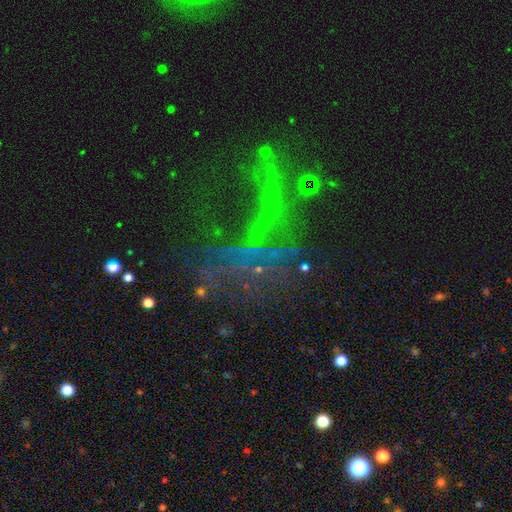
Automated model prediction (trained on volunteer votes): A star or artifact, not a galaxy (49%).

Vote fractions:
- Smooth or featured? star or artifact: 49% / featured or disk: 34% / smooth: 16%